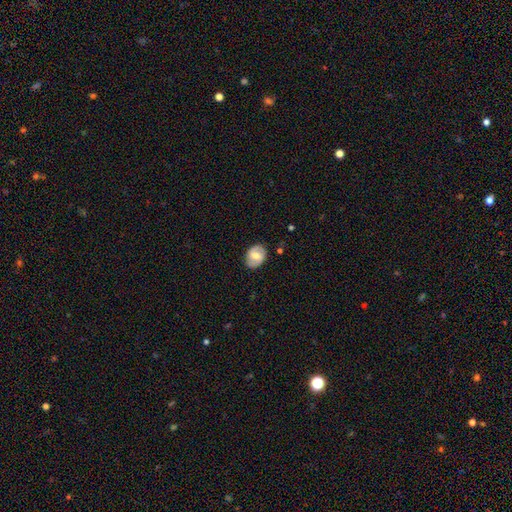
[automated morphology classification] smooth 53%, featured or disk 40%, star or artifact 7%. Down the decision tree: how rounded — in between (62%); merging — none (82%).